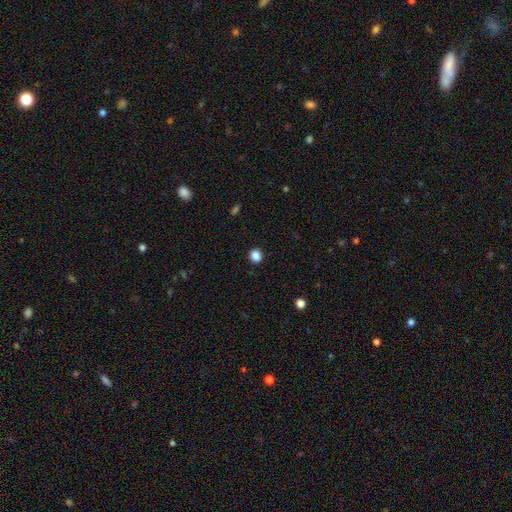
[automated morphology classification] Overall: smooth (86%). How rounded: round (86%). Merging: none (92%).